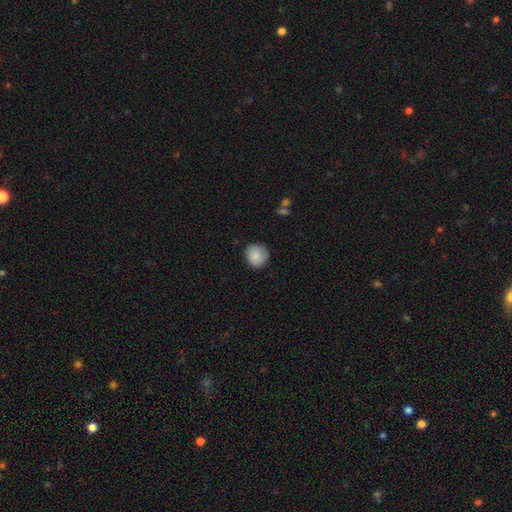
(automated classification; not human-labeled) smooth_or_featured: smooth (p=0.85) [alt: featured or disk p=0.08]
how_rounded: round (p=0.91) [alt: in between p=0.08]
merging: none (p=0.82) [alt: minor disturbance p=0.14]